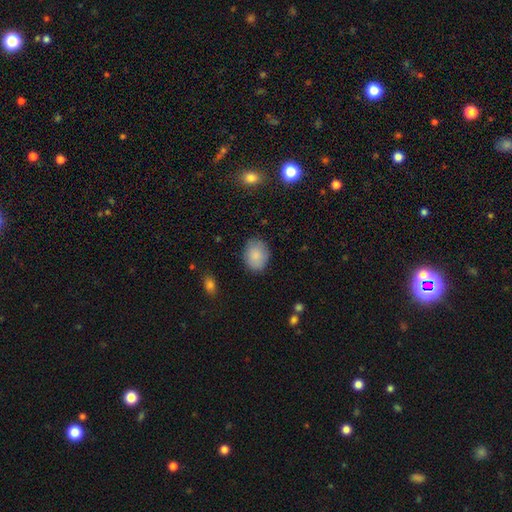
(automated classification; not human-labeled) smooth-or-featured: smooth: 86% | featured or disk: 7% | star or artifact: 7%
  how-rounded: in between: 57% | round: 42% | cigar-shaped: 1%
  merging: none: 81% | minor disturbance: 15% | major disturbance: 3% | merger: 1%